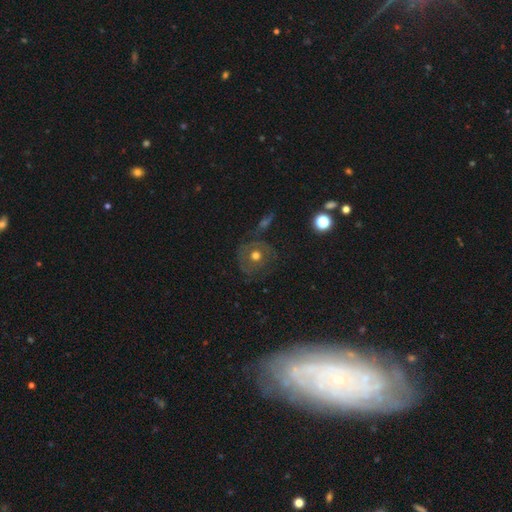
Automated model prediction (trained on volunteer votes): A featured or disk galaxy (46%). Merging: none (68%).